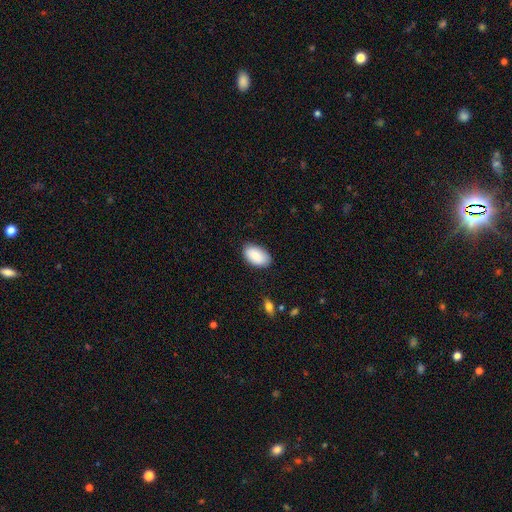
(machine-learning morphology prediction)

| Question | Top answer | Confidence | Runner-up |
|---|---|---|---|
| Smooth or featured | smooth | 86% | featured or disk (7%) |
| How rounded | in between | 94% | round (4%) |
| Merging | none | 84% | minor disturbance (13%) |